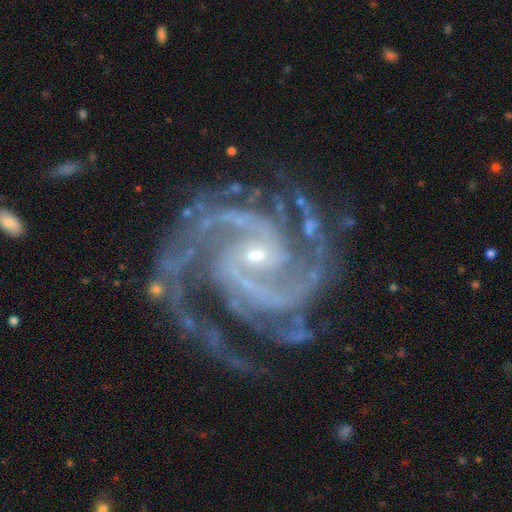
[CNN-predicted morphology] Smooth or featured? featured or disk (94%)
Edge-on disk? no (98%)
Bar? no (42%)
Spiral arms? yes (99%)
Spiral winding? tight (51%)
Spiral arm count? 2 (51%)
Bulge size? small (77%)
Merging? none (69%)